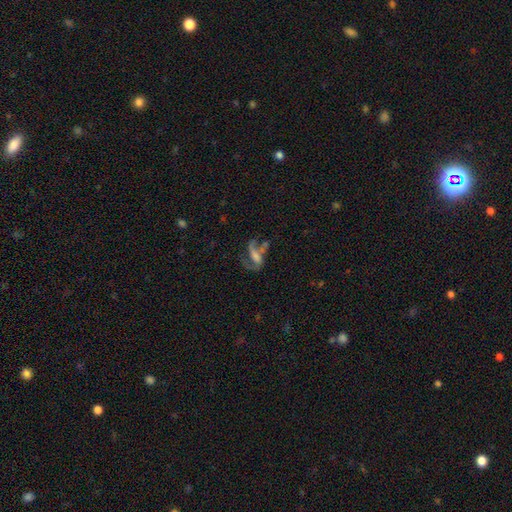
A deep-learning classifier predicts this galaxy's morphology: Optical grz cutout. It shows a featured or disk galaxy (64%) with no bar (43%), spiral arms (71%) and no central bulge (29%, tied with moderate). Merging: major disturbance (38%).